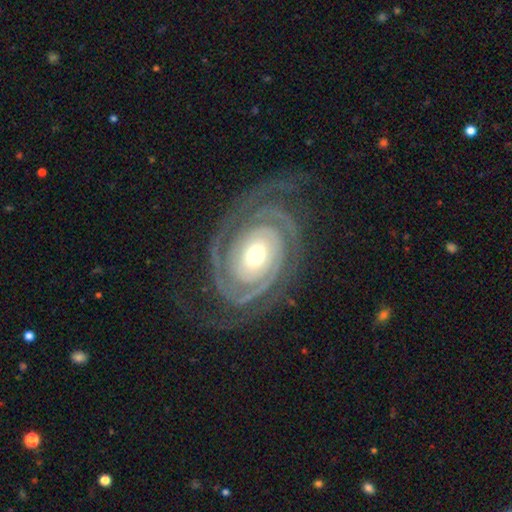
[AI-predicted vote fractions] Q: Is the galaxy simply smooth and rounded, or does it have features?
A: featured or disk — 91%.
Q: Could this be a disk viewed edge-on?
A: no — 97%.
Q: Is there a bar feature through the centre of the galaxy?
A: no — 72%.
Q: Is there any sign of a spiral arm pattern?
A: yes — 96%.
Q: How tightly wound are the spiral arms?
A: tight — 76%.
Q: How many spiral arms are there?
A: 2 — 52%.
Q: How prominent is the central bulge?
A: moderate — 66%.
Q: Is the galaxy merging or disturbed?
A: none — 71%.